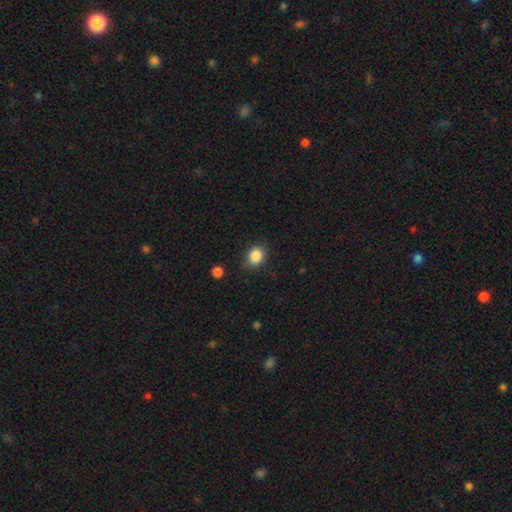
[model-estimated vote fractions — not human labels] Smooth or featured: smooth — 87% (star or artifact — 9%)
How rounded: round — 50% (in between — 49%)
Merging: none — 81% (minor disturbance — 14%)